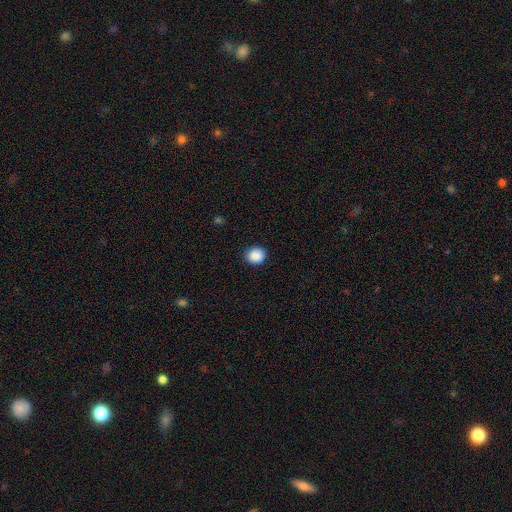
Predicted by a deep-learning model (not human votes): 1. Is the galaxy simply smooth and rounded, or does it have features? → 89% smooth, 9% star or artifact, 3% featured or disk.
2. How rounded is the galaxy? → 81% round, 18% in between, 1% cigar-shaped.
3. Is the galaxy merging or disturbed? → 89% none, 8% minor disturbance, 2% major disturbance, 1% merger.